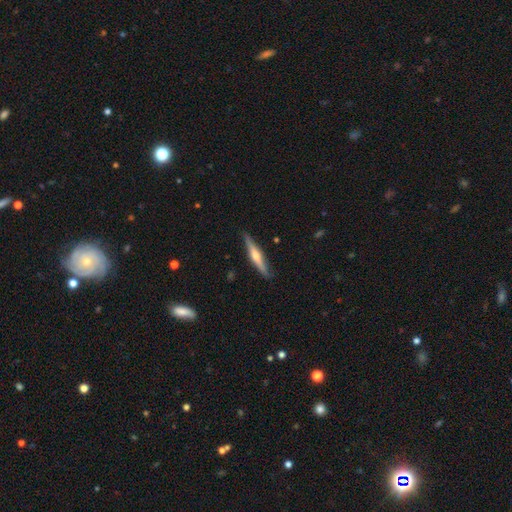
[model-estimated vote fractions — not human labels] This is likely a featured or disk galaxy (66%). It is clearly viewed edge-on (97%). Edge-on bulge: clearly rounded (87%). Merging: clearly none (87%).